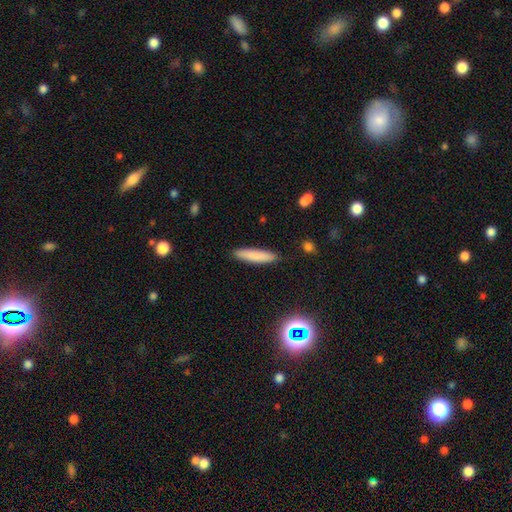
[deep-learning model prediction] A smooth galaxy with no disk features (82%) that is cigar-shaped (84%).

Vote fractions:
- Smooth or featured? smooth: 82% / featured or disk: 10% / star or artifact: 8%
- How rounded? cigar-shaped: 84% / in between: 14% / round: 1%
- Merging? none: 89% / minor disturbance: 8% / major disturbance: 2% / merger: 1%